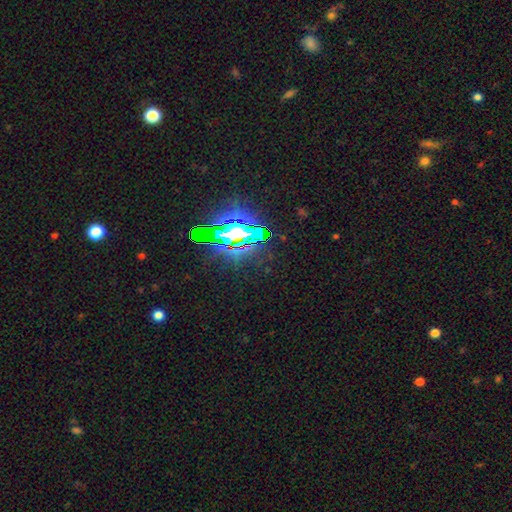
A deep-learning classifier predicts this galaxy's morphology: Smooth or featured: star or artifact — 76% (featured or disk — 13%)